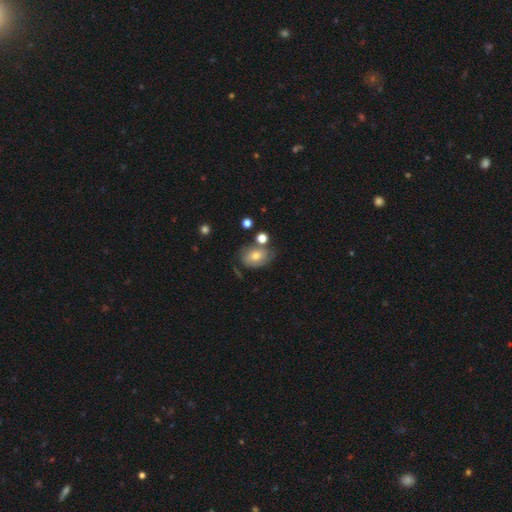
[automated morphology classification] A smooth galaxy with no disk features (55%) that is in between round and cigar-shaped (69%).

Vote fractions:
- Smooth or featured? smooth: 55% / featured or disk: 34% / star or artifact: 11%
- How rounded? in between: 69% / round: 29% / cigar-shaped: 1%
- Merging? none: 55% / minor disturbance: 24% / merger: 11% / major disturbance: 10%